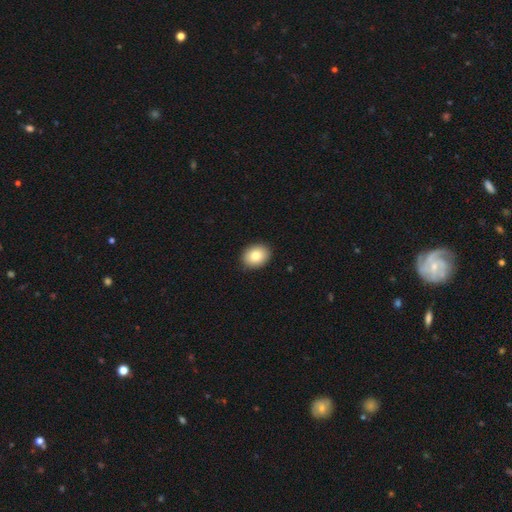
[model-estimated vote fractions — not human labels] Overall: smooth (82%). How rounded: in between (53%; round 46%). Merging: none (90%).